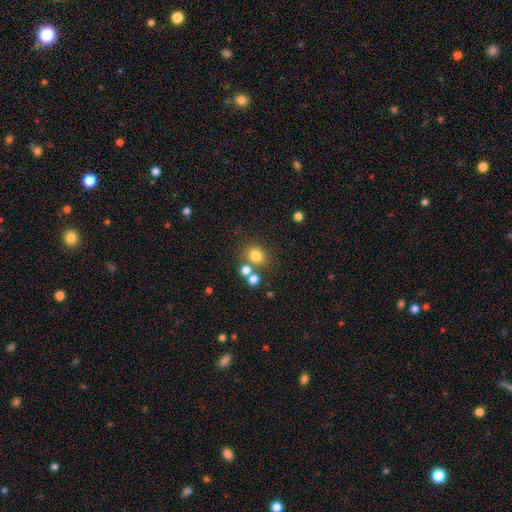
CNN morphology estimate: The model was most divided on "merging": none: 68%, merger: 19%, minor disturbance: 9%, major disturbance: 4%. More confident: smooth or featured — smooth (78%); how rounded — round (76%).